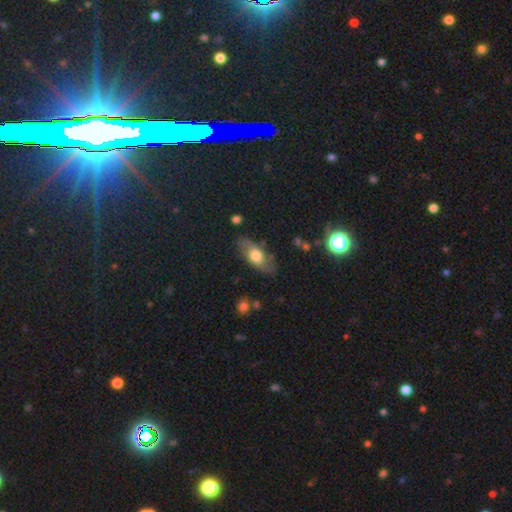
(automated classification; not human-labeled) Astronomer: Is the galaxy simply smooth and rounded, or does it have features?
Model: smooth — 48% (runner-up: featured or disk, 45%).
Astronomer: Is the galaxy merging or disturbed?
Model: none — 75%.